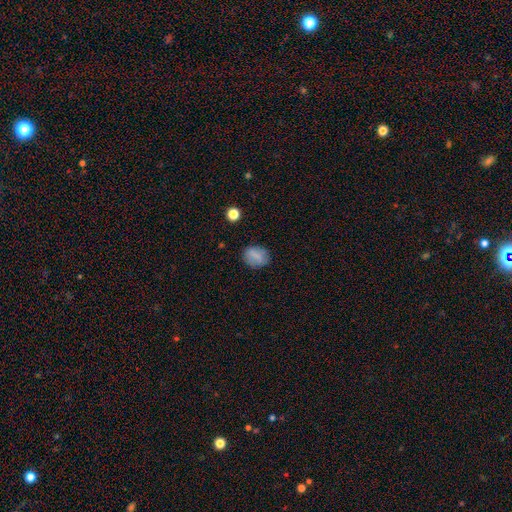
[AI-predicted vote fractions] Smooth or featured: smooth — 79% (featured or disk — 11%)
How rounded: in between — 55% (round — 43%)
Merging: none — 79% (minor disturbance — 15%)